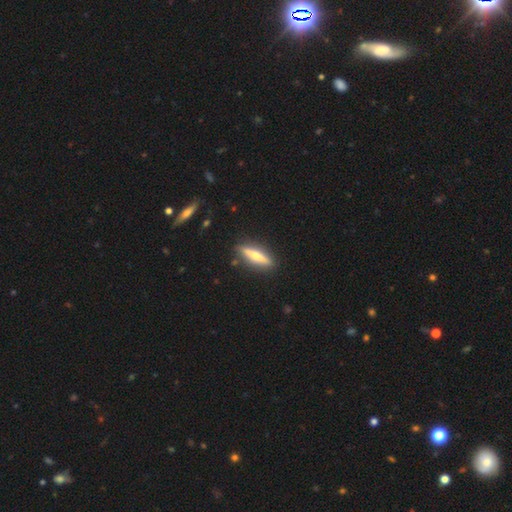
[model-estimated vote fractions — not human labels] The model was most divided on "smooth or featured": featured or disk: 62%, smooth: 33%, star or artifact: 5%. More confident: edge-on disk — yes (94%); merging — none (89%); edge-on bulge — rounded (89%).